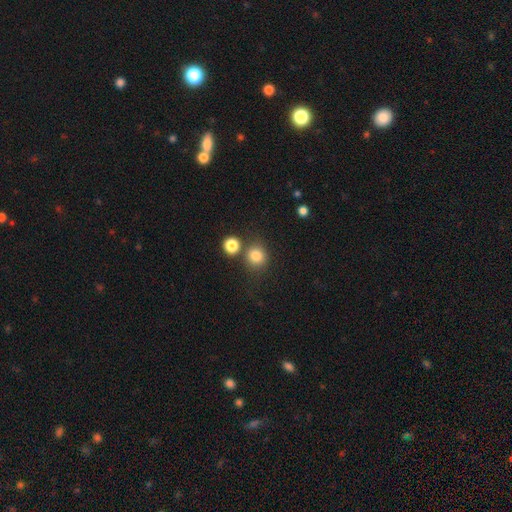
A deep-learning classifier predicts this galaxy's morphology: type=smooth (81%); roundness=round (88%); merging=none (73%).